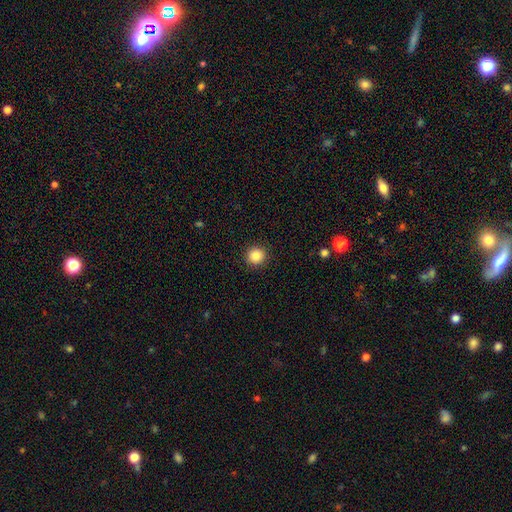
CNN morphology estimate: smooth 86%, star or artifact 10%, featured or disk 4%. Down the decision tree: how rounded — round (94%); merging — none (92%).